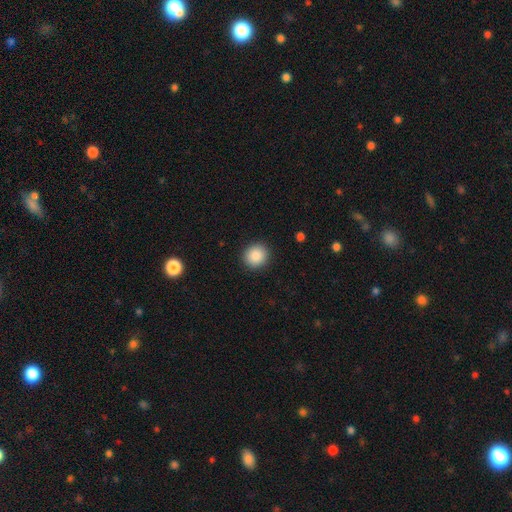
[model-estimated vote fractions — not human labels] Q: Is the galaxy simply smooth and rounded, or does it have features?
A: smooth — 88%.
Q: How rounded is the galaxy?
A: round — 88%.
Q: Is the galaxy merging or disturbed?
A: none — 91%.